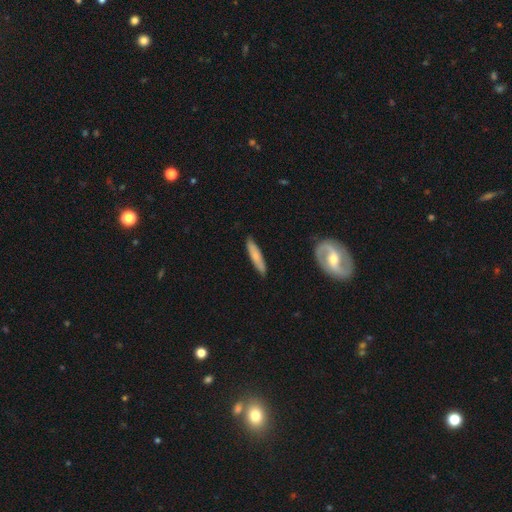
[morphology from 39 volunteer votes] This appears to be a smooth galaxy with no disk features (56%) that is cigar-shaped (91%). Merging: none (91%).